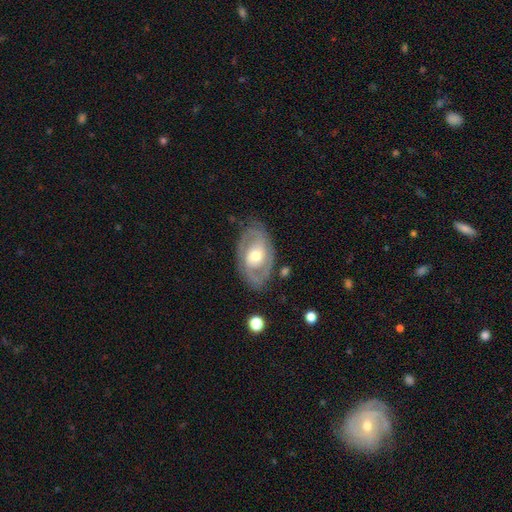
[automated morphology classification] smooth_or_featured: featured or disk (p=0.78) [alt: smooth p=0.17]
disk_edge_on: no (p=0.94) [alt: yes p=0.06]
bar: no (p=0.58) [alt: weak p=0.32]
has_spiral_arms: yes (p=0.79) [alt: no p=0.21]
spiral_winding: tight (p=0.46) [alt: medium p=0.41]
spiral_arm_count: 2 (p=0.74) [alt: can't tell p=0.15]
bulge_size: moderate (p=0.69) [alt: small p=0.21]
merging: none (p=0.77) [alt: minor disturbance p=0.15]